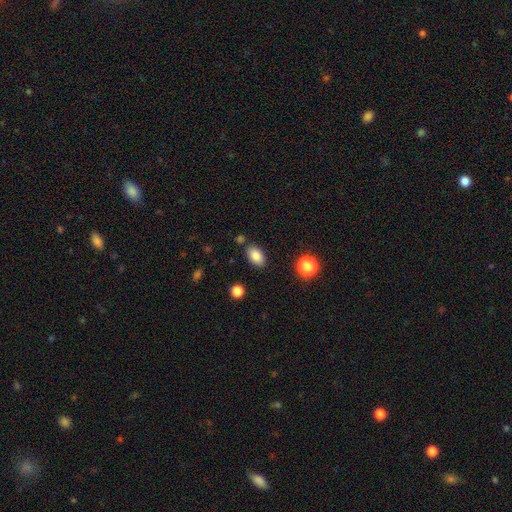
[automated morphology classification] smooth_or_featured: smooth (p=0.85) [alt: star or artifact p=0.09]
how_rounded: in between (p=0.90) [alt: round p=0.08]
merging: none (p=0.82) [alt: minor disturbance p=0.11]